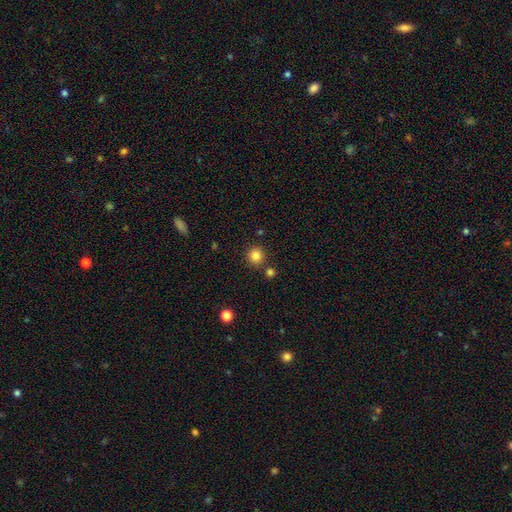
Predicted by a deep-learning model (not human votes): smooth_or_featured: smooth (p=0.84) [alt: star or artifact p=0.12]
how_rounded: round (p=0.93) [alt: in between p=0.06]
merging: none (p=0.84) [alt: minor disturbance p=0.07]